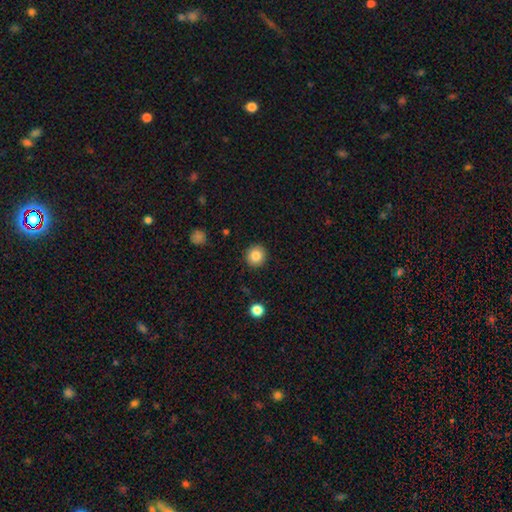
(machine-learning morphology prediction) This appears to be a smooth galaxy with no disk features (84%) that is round (94%). Merging: none (92%).